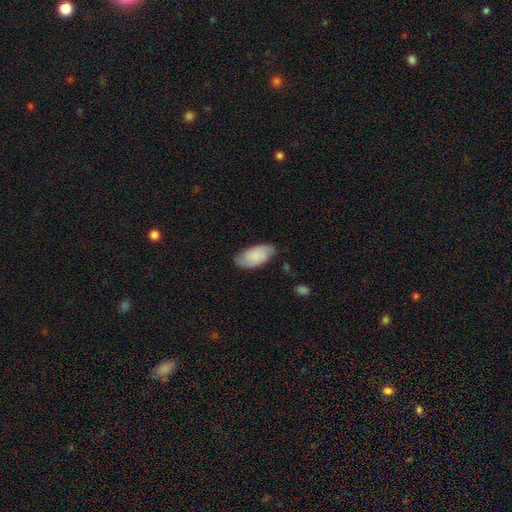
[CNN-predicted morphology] This is likely a smooth galaxy (77%). How rounded: clearly in between (94%). Merging: likely none (75%).